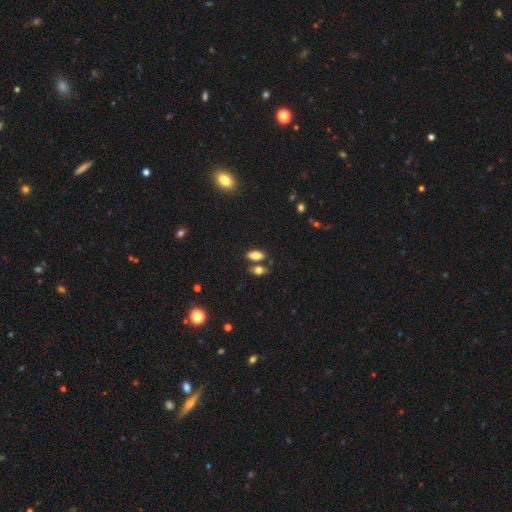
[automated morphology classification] A smooth galaxy with no disk features (79%) that is in between round and cigar-shaped (89%). Merging: none (65%).